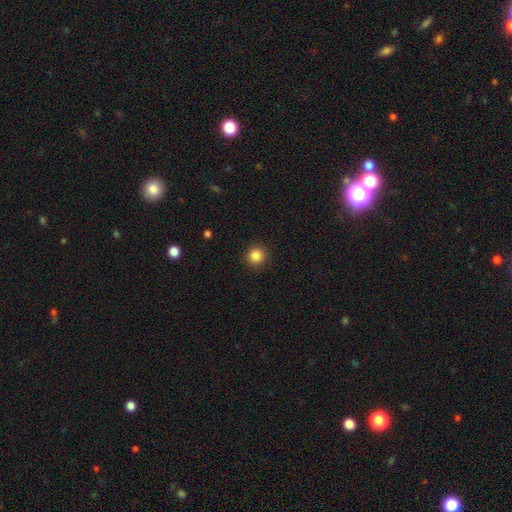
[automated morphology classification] smooth 85%, star or artifact 11%, featured or disk 4%. Down the decision tree: how rounded — round (94%); merging — none (91%).